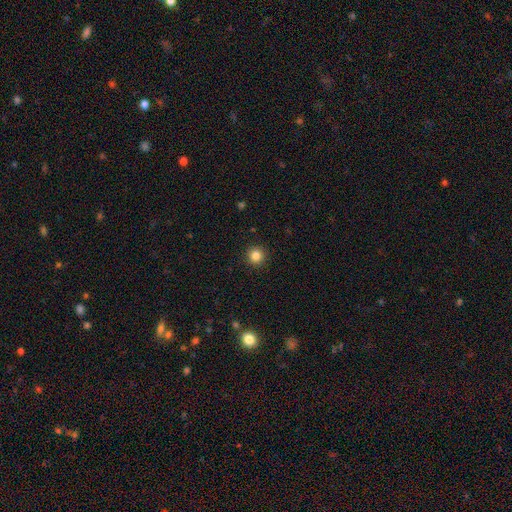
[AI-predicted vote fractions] smooth_or_featured: smooth (p=0.84) [alt: star or artifact p=0.12]
how_rounded: round (p=0.95) [alt: in between p=0.04]
merging: none (p=0.93) [alt: minor disturbance p=0.05]